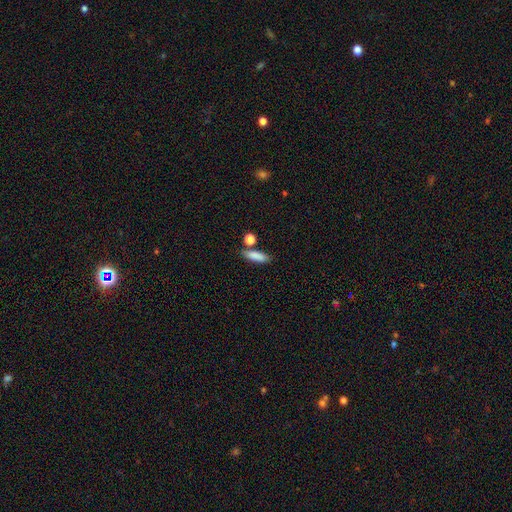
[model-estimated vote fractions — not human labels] Smooth or featured?
  - smooth: 84% *
  - star or artifact: 8%
  - featured or disk: 8%
How rounded?
  - in between: 49% *
  - cigar-shaped: 46%
  - round: 5%
Merging?
  - none: 71% *
  - minor disturbance: 14%
  - merger: 11%
  - major disturbance: 4%